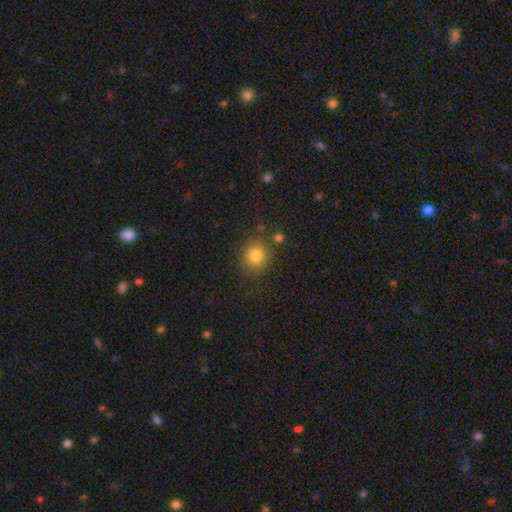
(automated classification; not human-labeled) Smooth or featured? smooth (81%)
How rounded? round (84%)
Merging? none (80%)